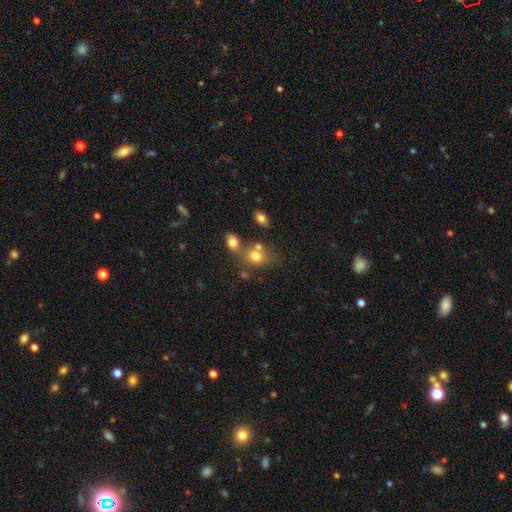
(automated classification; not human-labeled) smooth 73%, featured or disk 14%, star or artifact 13%. Down the decision tree: how rounded — round (55%); merging — none (45%).